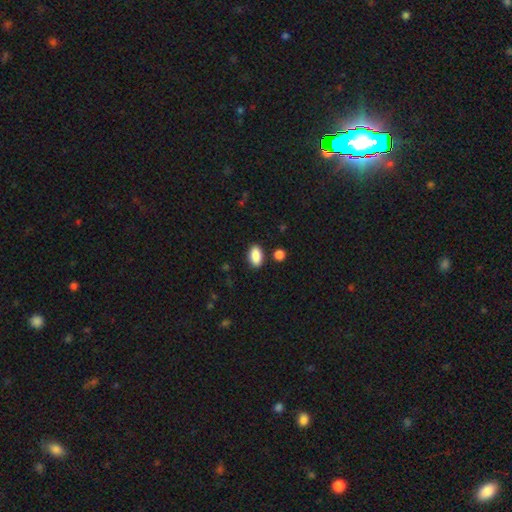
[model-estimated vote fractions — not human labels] Q: Smooth or featured?
A: smooth (89%); runner-up: star or artifact (7%)
Q: How rounded?
A: in between (92%); runner-up: round (6%)
Q: Merging?
A: none (85%); runner-up: minor disturbance (9%)